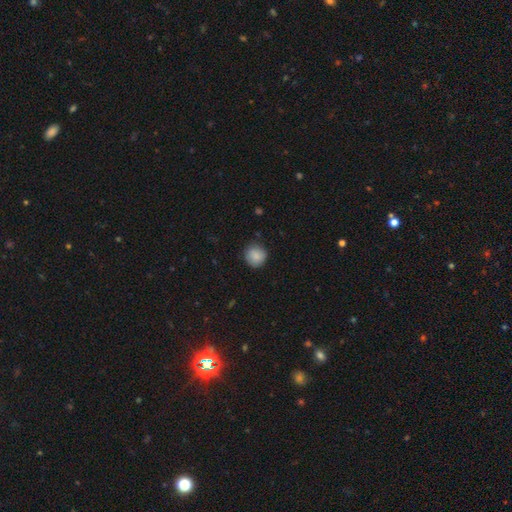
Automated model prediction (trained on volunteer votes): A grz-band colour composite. It shows a smooth galaxy with no disk features (87%) that is round (91%). Merging: none (85%).